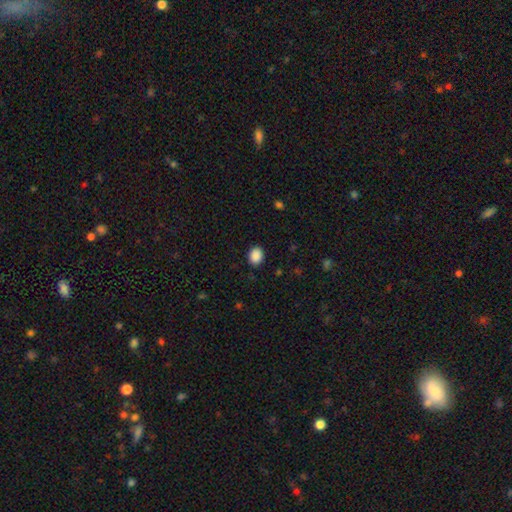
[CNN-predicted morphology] Q: Smooth or featured?
A: smooth (89%); runner-up: star or artifact (8%)
Q: How rounded?
A: round (51%); runner-up: in between (48%)
Q: Merging?
A: none (88%); runner-up: minor disturbance (8%)